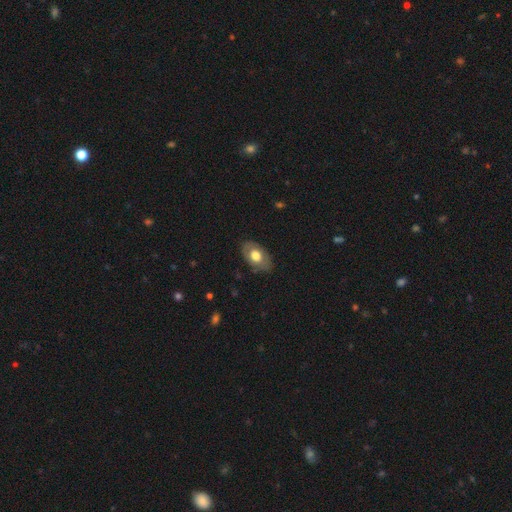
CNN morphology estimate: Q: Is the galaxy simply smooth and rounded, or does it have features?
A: smooth — 58%.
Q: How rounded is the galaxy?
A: in between — 88%.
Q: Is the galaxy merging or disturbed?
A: none — 78%.